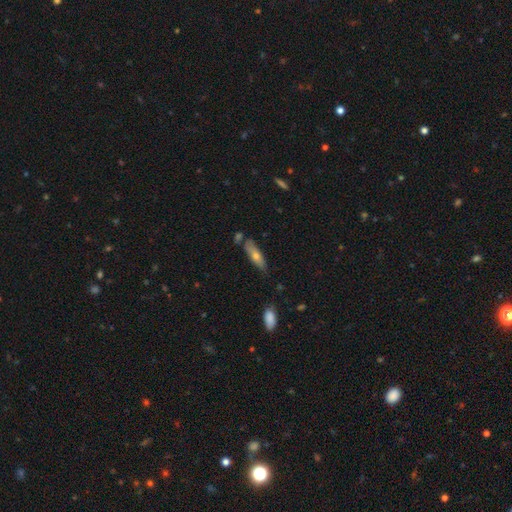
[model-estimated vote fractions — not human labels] This is possibly a smooth galaxy (55%). How rounded: likely cigar-shaped (62%). Merging: likely none (70%).